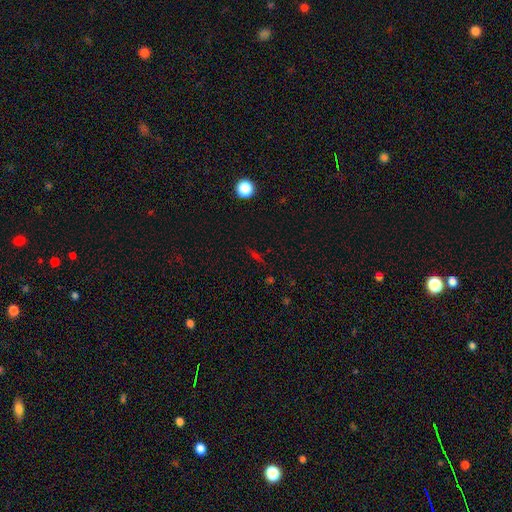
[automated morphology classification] type=star or artifact (47%).